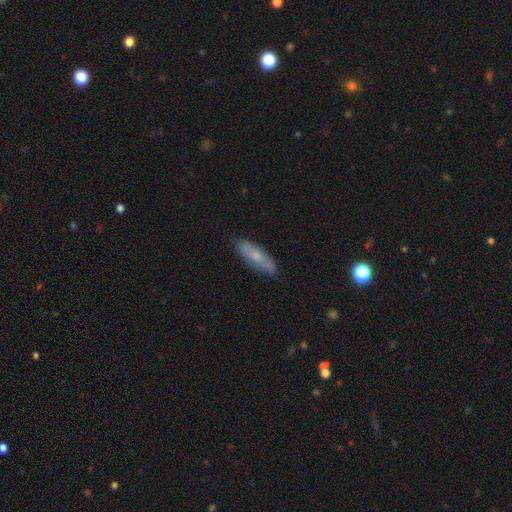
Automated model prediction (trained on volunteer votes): Smooth or featured: smooth — 57% (featured or disk — 37%)
How rounded: cigar-shaped — 56% (in between — 41%)
Merging: none — 82% (minor disturbance — 14%)